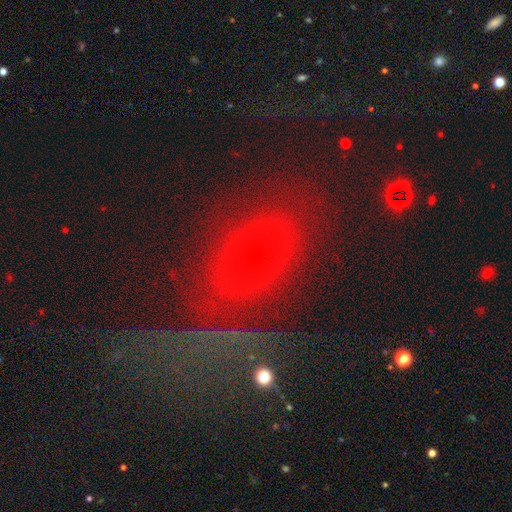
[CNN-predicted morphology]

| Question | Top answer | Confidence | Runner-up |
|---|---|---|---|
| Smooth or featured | smooth | 55% | star or artifact (29%) |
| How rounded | in between | 68% | round (26%) |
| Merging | none | 73% | minor disturbance (13%) |